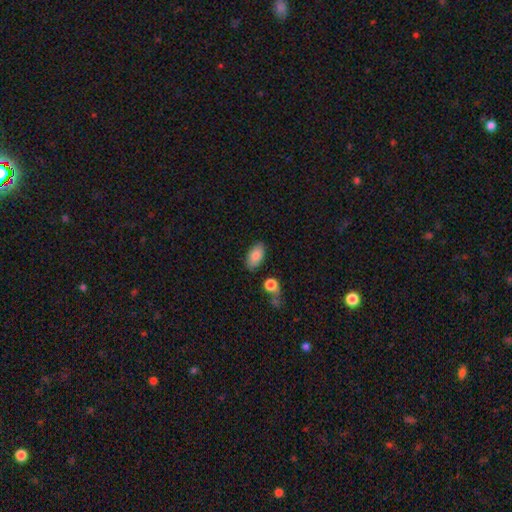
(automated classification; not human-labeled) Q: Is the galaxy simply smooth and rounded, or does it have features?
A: smooth — 84%.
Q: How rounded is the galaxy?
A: in between — 93%.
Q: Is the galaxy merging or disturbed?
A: none — 80%.